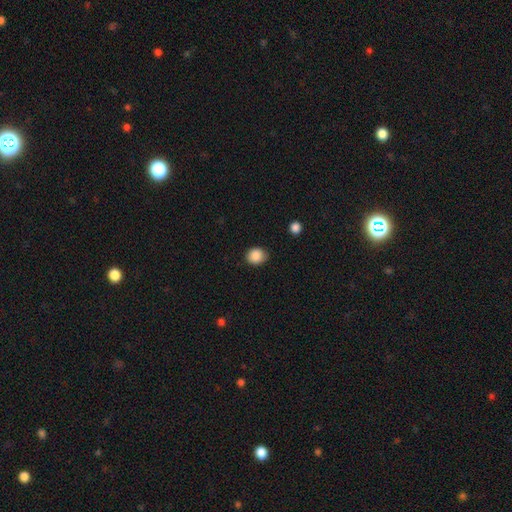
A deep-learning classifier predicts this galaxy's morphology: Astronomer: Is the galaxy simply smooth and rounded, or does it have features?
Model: smooth — 88%.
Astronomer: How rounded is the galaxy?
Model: round — 68%.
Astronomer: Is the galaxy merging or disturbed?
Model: none — 82%.